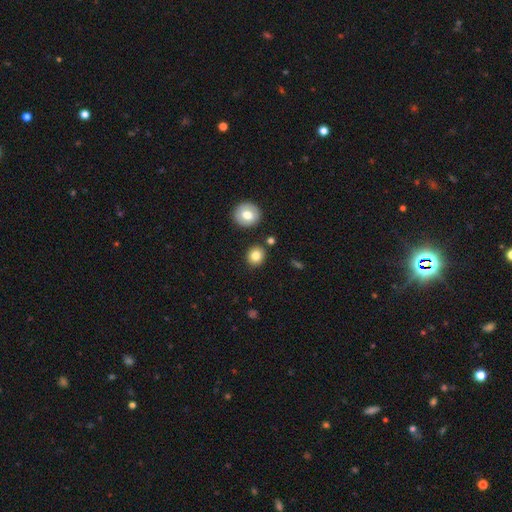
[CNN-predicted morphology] smooth 80%, star or artifact 10%, featured or disk 10%. Down the decision tree: how rounded — round (80%); merging — none (85%).